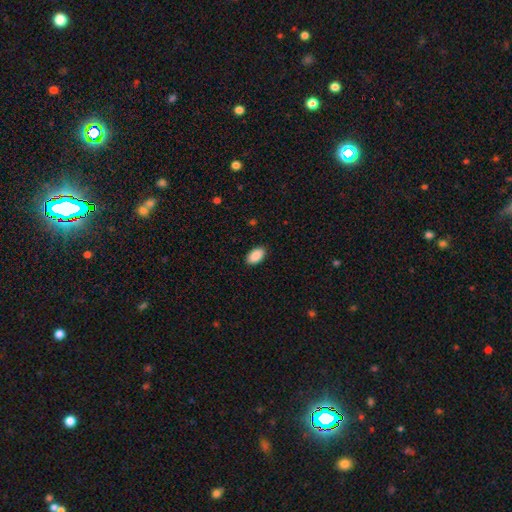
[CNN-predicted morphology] Q: Smooth or featured?
A: smooth (90%); runner-up: star or artifact (7%)
Q: How rounded?
A: in between (95%); runner-up: round (4%)
Q: Merging?
A: none (89%); runner-up: minor disturbance (8%)